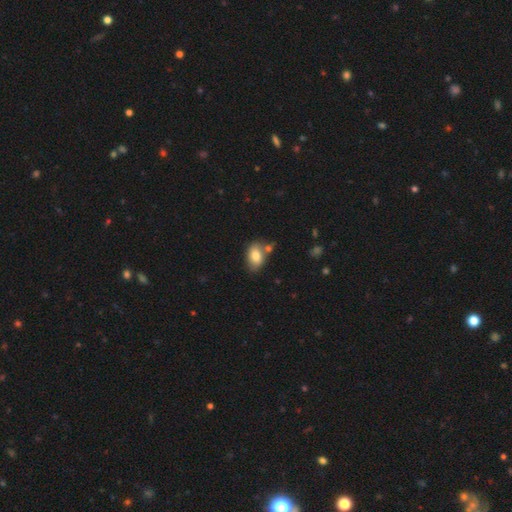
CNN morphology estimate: Smooth or featured?
  - smooth: 80% *
  - featured or disk: 13%
  - star or artifact: 8%
How rounded?
  - in between: 88% *
  - round: 10%
  - cigar-shaped: 2%
Merging?
  - none: 61% *
  - minor disturbance: 18%
  - merger: 17%
  - major disturbance: 4%